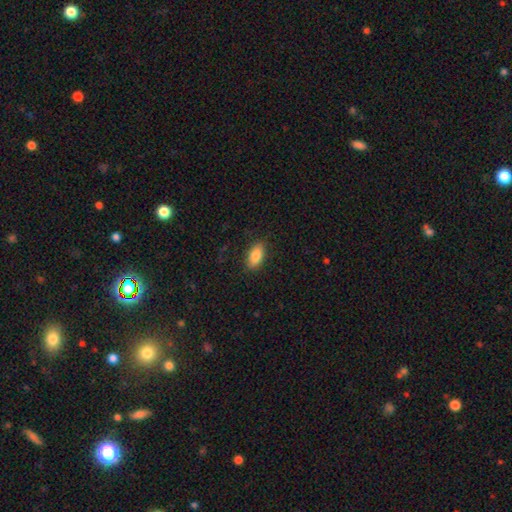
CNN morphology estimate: A smooth galaxy with no disk features (83%) that is in between round and cigar-shaped (88%). Merging: none (85%).